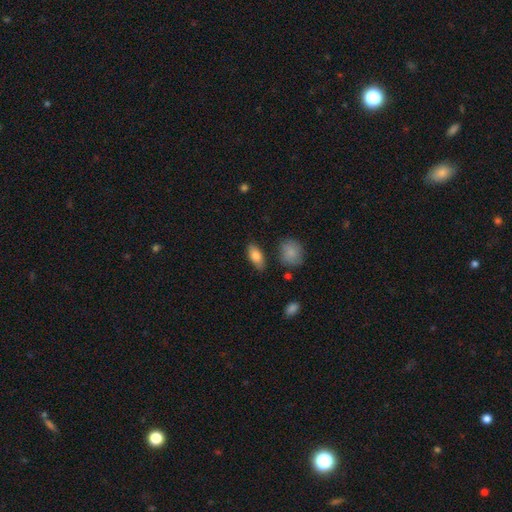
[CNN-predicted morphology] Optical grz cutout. It shows a smooth galaxy with no disk features (80%) that is in between round and cigar-shaped (87%). Merging: none (81%).